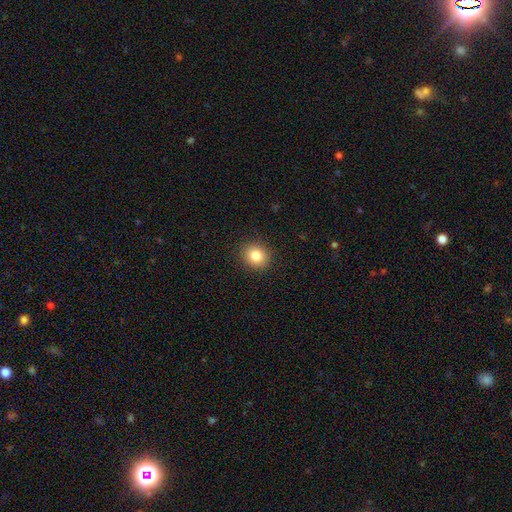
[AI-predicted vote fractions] Morphology: type=smooth (84%); roundness=round (73%); merging=none (90%).